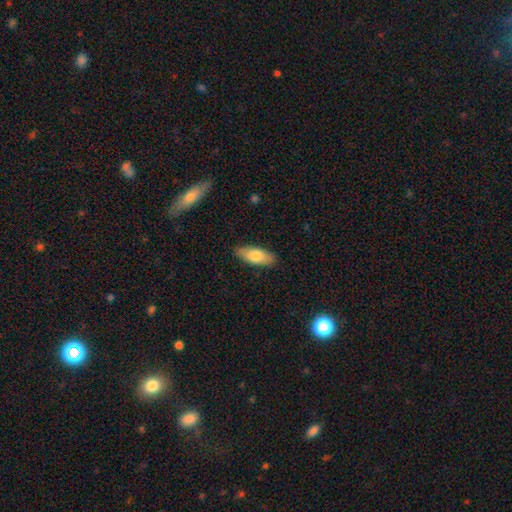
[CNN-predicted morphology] A smooth galaxy with no disk features (77%) that is in between round and cigar-shaped (76%).

Vote fractions:
- Smooth or featured? smooth: 77% / featured or disk: 17% / star or artifact: 6%
- How rounded? in between: 76% / cigar-shaped: 22% / round: 2%
- Merging? none: 87% / minor disturbance: 10% / major disturbance: 2% / merger: 1%